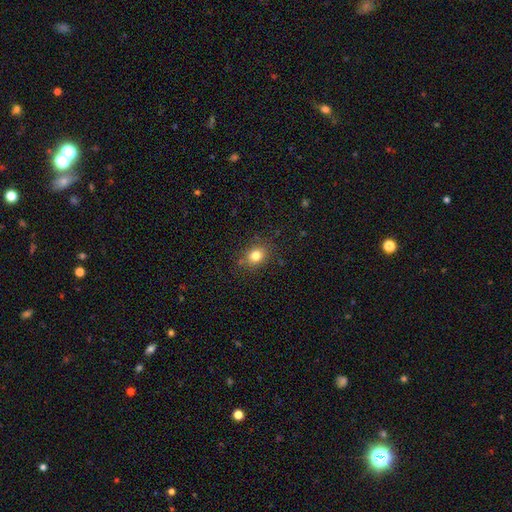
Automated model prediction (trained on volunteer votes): Morphology: type=smooth (81%); roundness=round (59%); merging=none (82%).